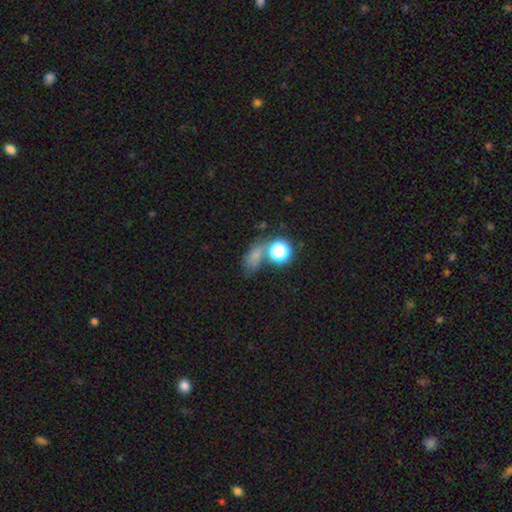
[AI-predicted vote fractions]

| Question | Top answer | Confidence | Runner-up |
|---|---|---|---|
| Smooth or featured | smooth | 59% | star or artifact (28%) |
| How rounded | in between | 62% | round (33%) |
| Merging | none | 42% | merger (22%) |